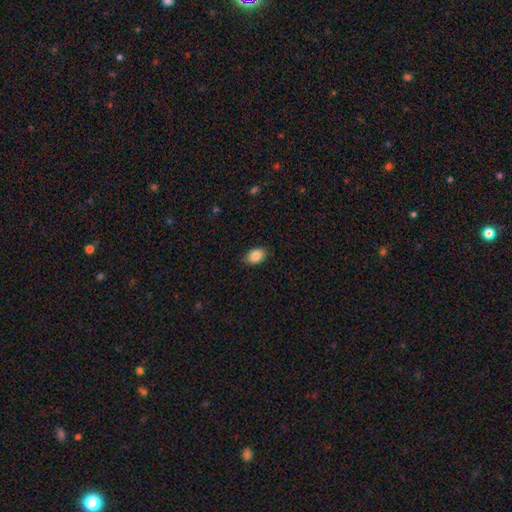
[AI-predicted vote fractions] Smooth or featured? smooth (88%)
How rounded? in between (87%)
Merging? none (87%)